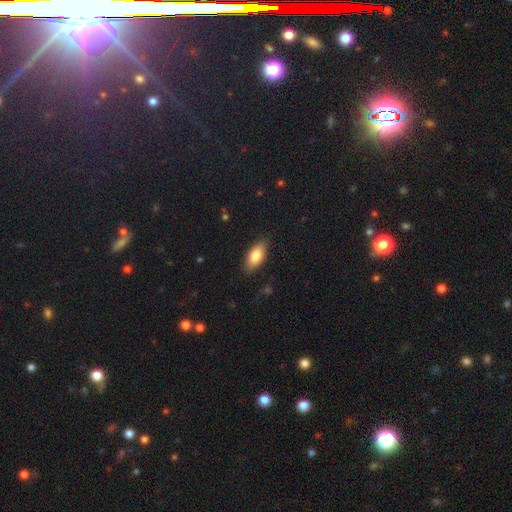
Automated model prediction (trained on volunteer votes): Overall: smooth (81%). How rounded: in between (87%). Merging: none (85%).